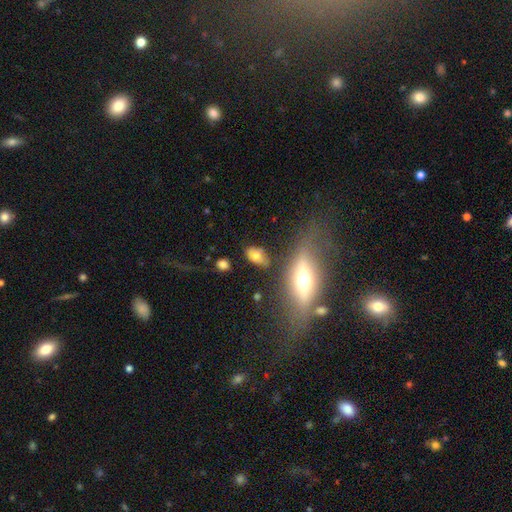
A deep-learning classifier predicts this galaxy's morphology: This appears to be a smooth galaxy with no disk features (68%) that is in between round and cigar-shaped (83%). Merging: none (69%).